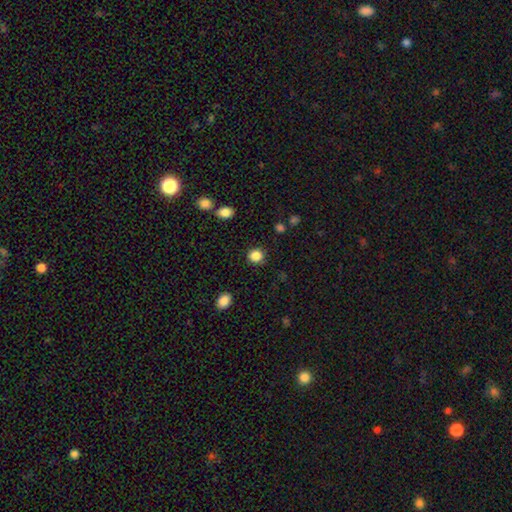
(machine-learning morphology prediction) This is clearly a smooth galaxy (86%). How rounded: clearly round (87%). Merging: clearly none (88%).